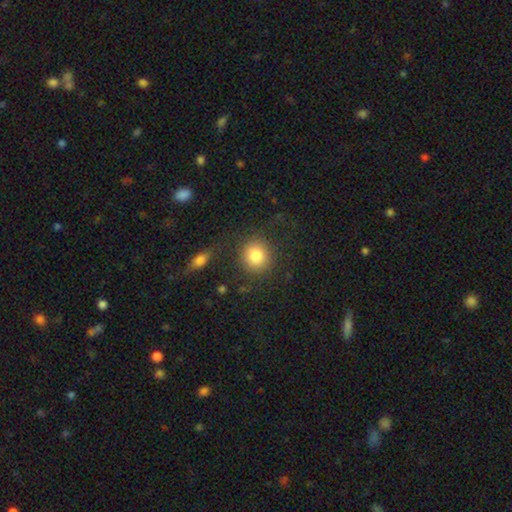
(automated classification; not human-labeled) Morphology: type=smooth (83%); roundness=round (88%); merging=none (82%).